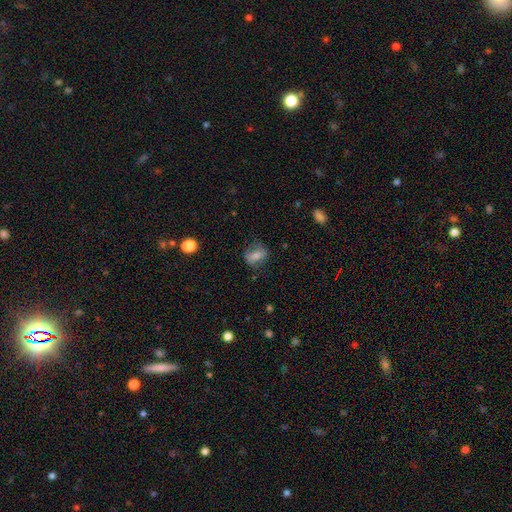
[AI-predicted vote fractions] This is possibly a smooth galaxy (56%). How rounded: possibly in between (58%). Merging: likely none (67%).